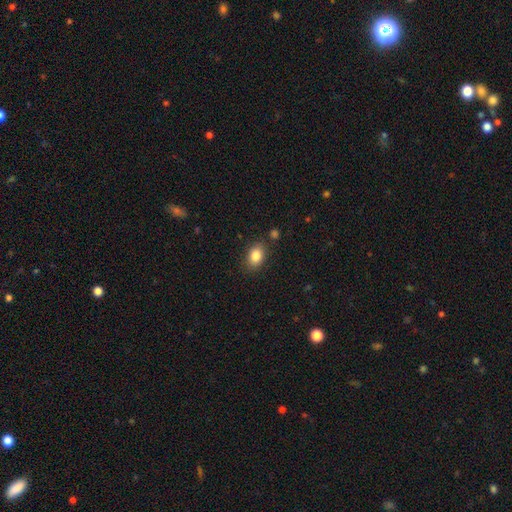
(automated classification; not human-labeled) smooth 85%, star or artifact 8%, featured or disk 6%. Down the decision tree: how rounded — in between (81%); merging — none (82%).